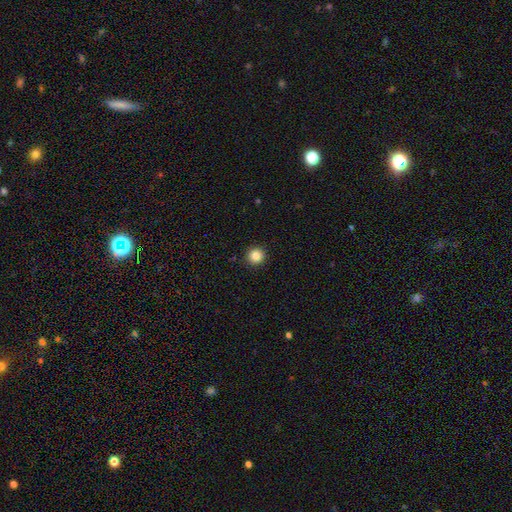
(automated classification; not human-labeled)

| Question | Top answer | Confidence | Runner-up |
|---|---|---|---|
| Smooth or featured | smooth | 85% | star or artifact (11%) |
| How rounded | round | 95% | in between (4%) |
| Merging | none | 93% | minor disturbance (5%) |